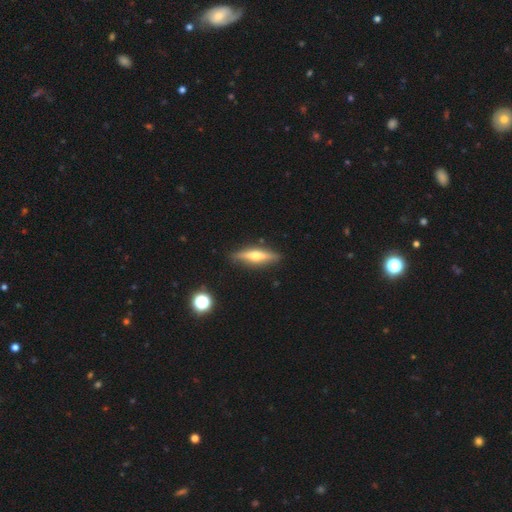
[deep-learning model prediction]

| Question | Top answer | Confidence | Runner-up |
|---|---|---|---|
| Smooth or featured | featured or disk | 62% | smooth (32%) |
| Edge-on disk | yes | 95% | no (5%) |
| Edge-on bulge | rounded | 89% | none (6%) |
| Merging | none | 87% | minor disturbance (9%) |